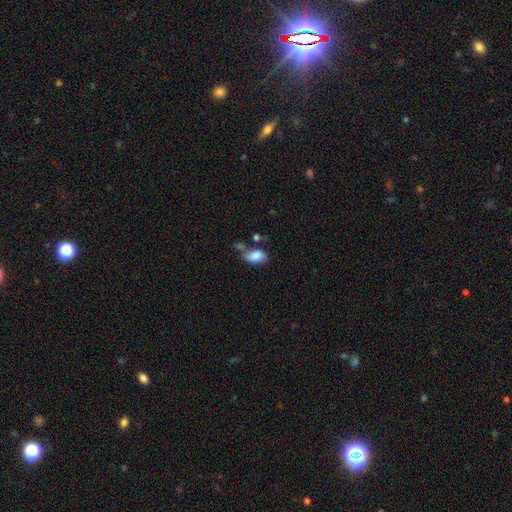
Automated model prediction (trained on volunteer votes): Smooth or featured? smooth (82%)
How rounded? in between (91%)
Merging? none (44%)